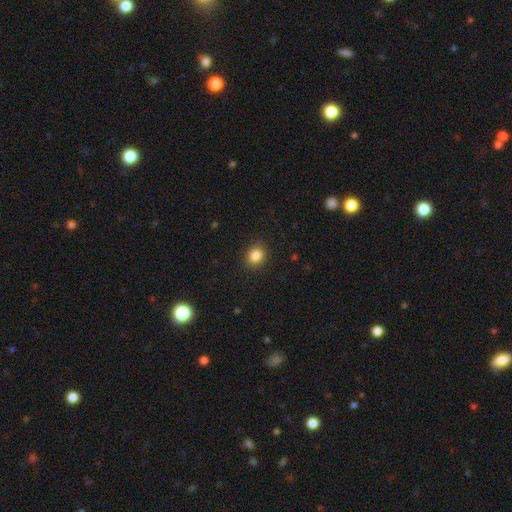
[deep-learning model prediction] The model was most divided on "how rounded": round: 65%, in between: 34%, cigar-shaped: 1%. More confident: merging — none (88%); smooth or featured — smooth (86%).